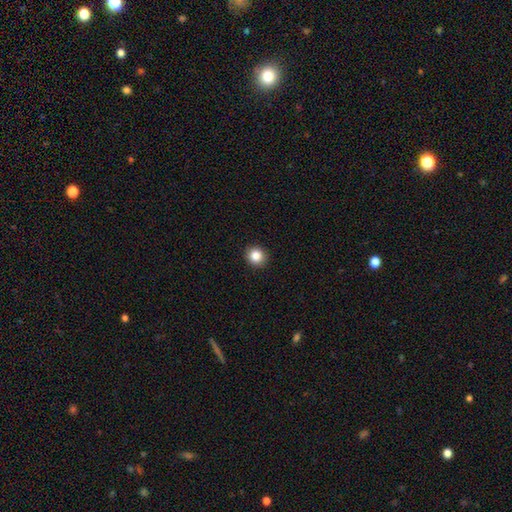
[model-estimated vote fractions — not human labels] A smooth galaxy with no disk features (85%) that is round (88%). Merging: none (93%).